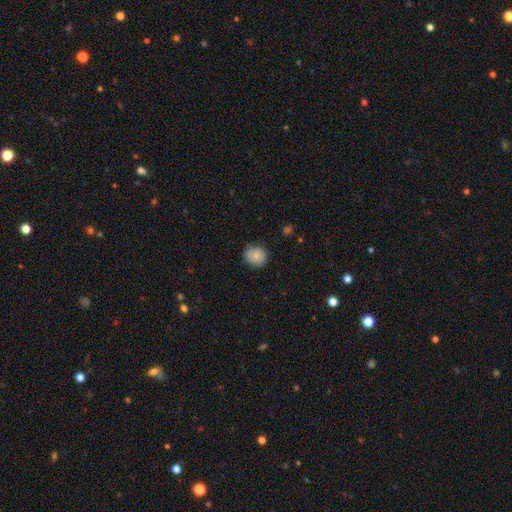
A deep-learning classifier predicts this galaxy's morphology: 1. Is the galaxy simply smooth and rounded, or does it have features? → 81% smooth, 11% featured or disk, 8% star or artifact.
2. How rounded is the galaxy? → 75% round, 24% in between, 1% cigar-shaped.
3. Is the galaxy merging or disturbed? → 82% none, 15% minor disturbance, 3% major disturbance, 1% merger.